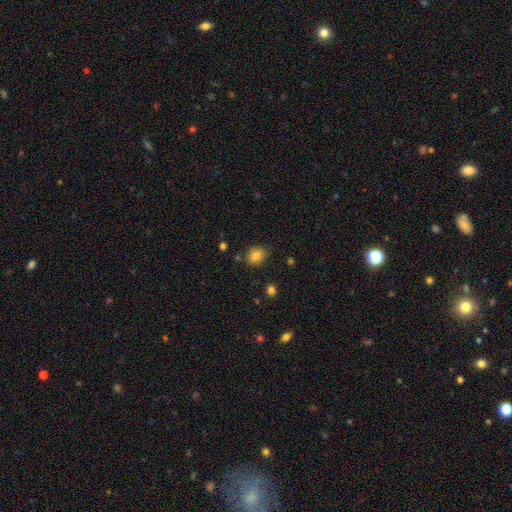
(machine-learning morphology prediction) smooth 83%, star or artifact 10%, featured or disk 7%. Down the decision tree: how rounded — round (55%); merging — none (76%).